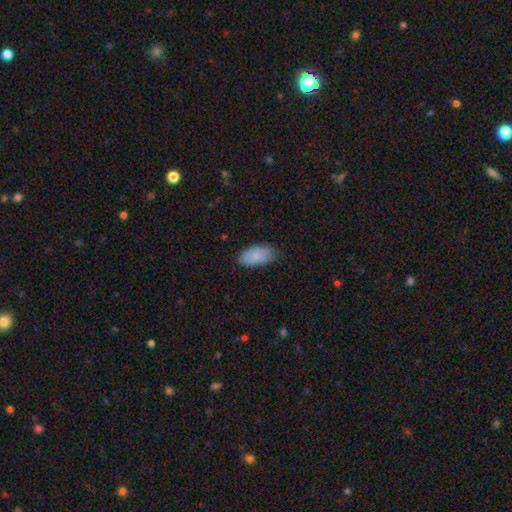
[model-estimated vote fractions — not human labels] Overall: smooth (83%). How rounded: in between (94%). Merging: none (78%).